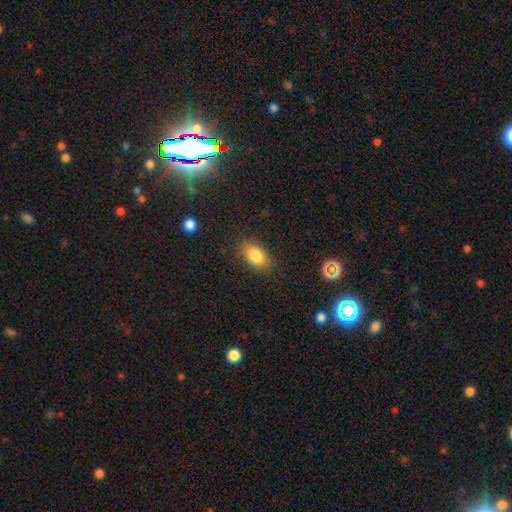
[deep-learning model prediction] smooth 83%, star or artifact 9%, featured or disk 9%. Down the decision tree: how rounded — in between (89%); merging — none (84%).